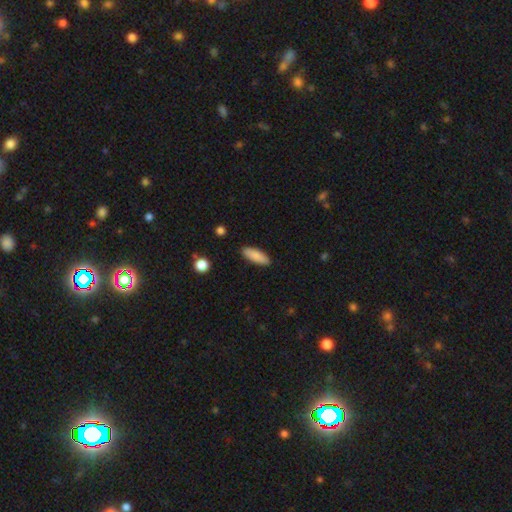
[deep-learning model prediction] A smooth galaxy with no disk features (86%) that is in between round and cigar-shaped (67%). Merging: none (89%).